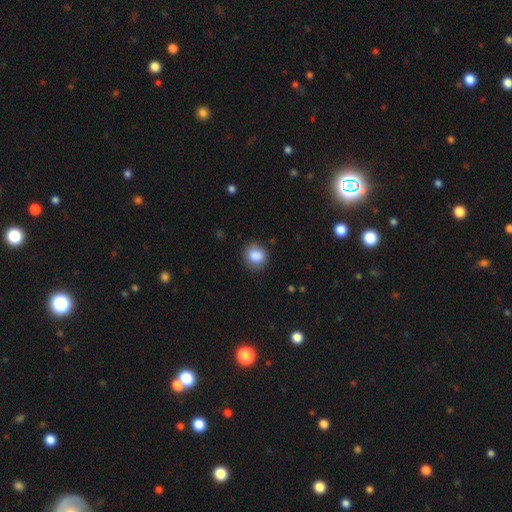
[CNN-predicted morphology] smooth_or_featured: smooth (p=0.86) [alt: star or artifact p=0.09]
how_rounded: round (p=0.75) [alt: in between p=0.24]
merging: none (p=0.79) [alt: minor disturbance p=0.15]